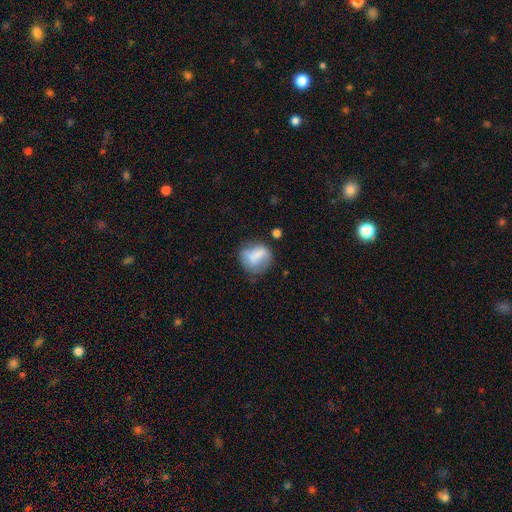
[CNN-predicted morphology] smooth-or-featured: smooth: 68% | featured or disk: 23% | star or artifact: 9%
  how-rounded: round: 63% | in between: 35% | cigar-shaped: 2%
  merging: none: 50% | minor disturbance: 29% | major disturbance: 15% | merger: 7%